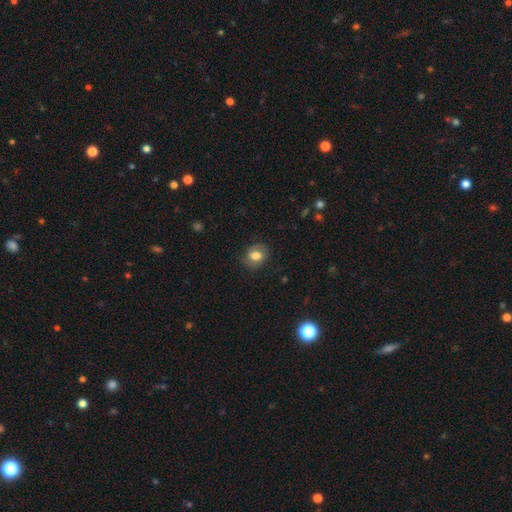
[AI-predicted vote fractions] This is likely a smooth galaxy (70%). How rounded: possibly round (55%). Merging: likely none (77%).